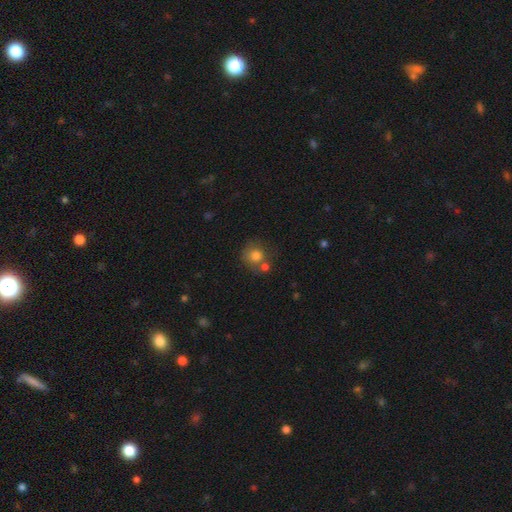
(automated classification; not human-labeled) The model was most divided on "merging": none: 53%, merger: 27%, minor disturbance: 14%, major disturbance: 6%. More confident: how rounded — round (87%); smooth or featured — smooth (78%).